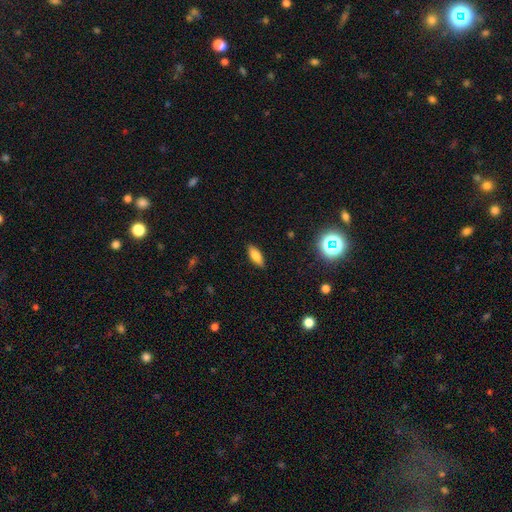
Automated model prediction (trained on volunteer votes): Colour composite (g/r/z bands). It shows a smooth galaxy with no disk features (73%) that is in between round and cigar-shaped (72%). Merging: none (88%).